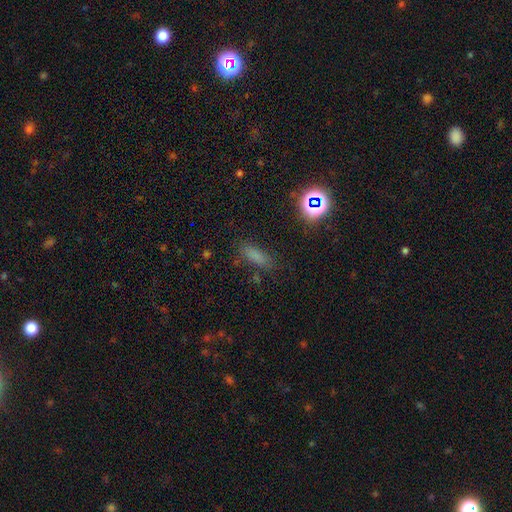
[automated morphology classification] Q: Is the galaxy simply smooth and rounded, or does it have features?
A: smooth — 71%.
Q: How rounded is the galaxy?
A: in between — 54%.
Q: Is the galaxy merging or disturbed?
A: none — 77%.